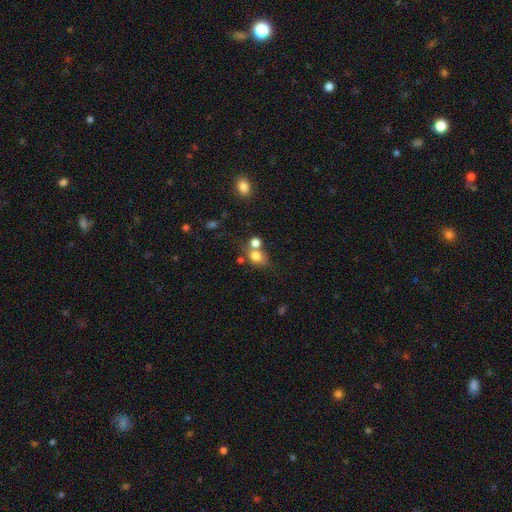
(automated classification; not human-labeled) Smooth or featured? smooth (77%)
How rounded? round (50%)
Merging? none (44%)